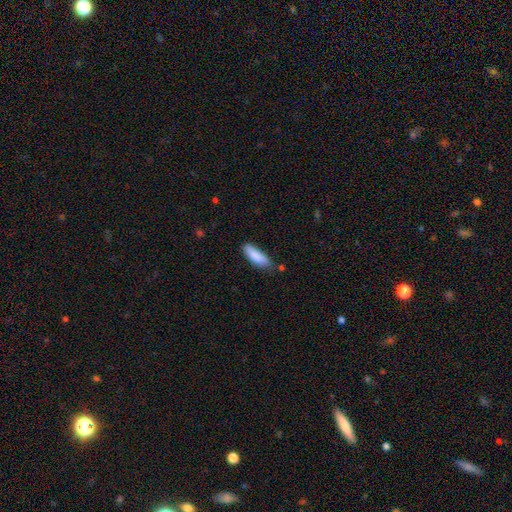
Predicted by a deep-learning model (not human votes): A smooth galaxy with no disk features (87%) that is in between round and cigar-shaped (58%).

Vote fractions:
- Smooth or featured? smooth: 87% / featured or disk: 7% / star or artifact: 6%
- How rounded? in between: 58% / cigar-shaped: 41% / round: 1%
- Merging? none: 70% / minor disturbance: 22% / merger: 4% / major disturbance: 4%